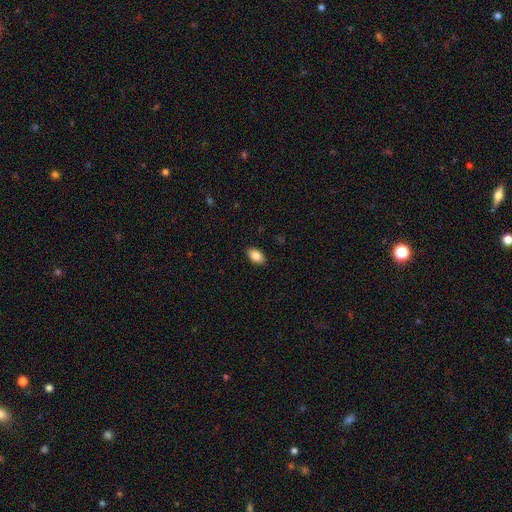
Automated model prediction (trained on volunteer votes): Smooth or featured? Predicted: smooth (p=0.85). How rounded? Predicted: in between (p=0.92). Merging? Predicted: none (p=0.89).